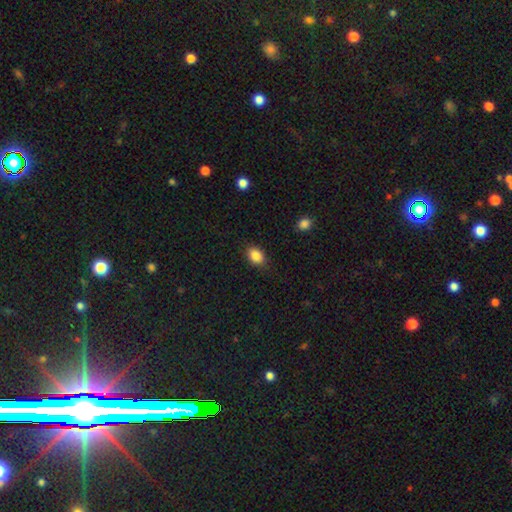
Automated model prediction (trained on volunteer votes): The model was most divided on "how rounded": in between: 77%, round: 22%, cigar-shaped: 1%. More confident: smooth or featured — smooth (87%); merging — none (85%).